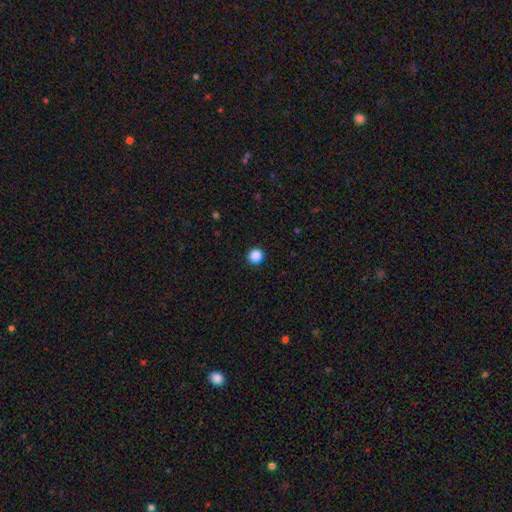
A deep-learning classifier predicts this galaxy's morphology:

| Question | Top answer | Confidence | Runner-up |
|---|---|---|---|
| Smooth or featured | smooth | 86% | star or artifact (11%) |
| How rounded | round | 96% | in between (3%) |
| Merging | none | 94% | minor disturbance (4%) |